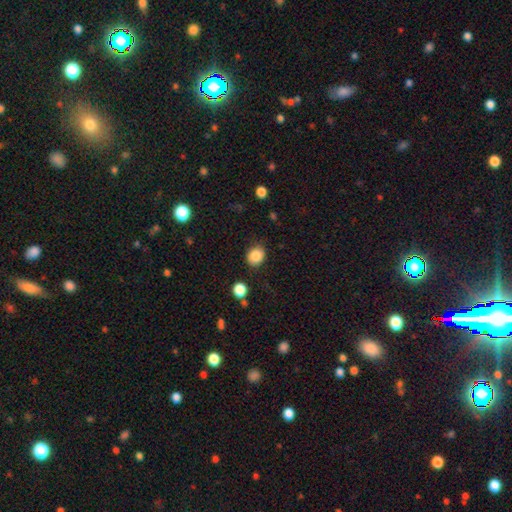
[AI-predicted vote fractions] The model was most divided on "how rounded": round: 63%, in between: 36%, cigar-shaped: 1%. More confident: smooth or featured — smooth (86%); merging — none (82%).